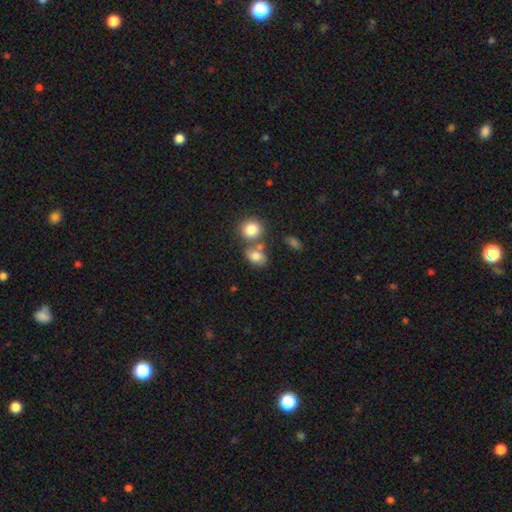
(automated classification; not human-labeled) Smooth or featured: smooth — 80% (star or artifact — 10%)
How rounded: in between — 61% (round — 37%)
Merging: none — 44% (merger — 37%)